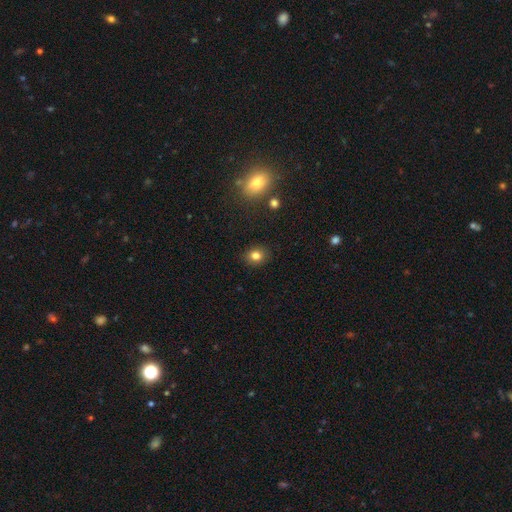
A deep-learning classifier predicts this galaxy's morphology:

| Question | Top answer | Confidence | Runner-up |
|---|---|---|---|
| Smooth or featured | smooth | 81% | star or artifact (12%) |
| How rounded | round | 64% | in between (35%) |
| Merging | none | 88% | minor disturbance (8%) |